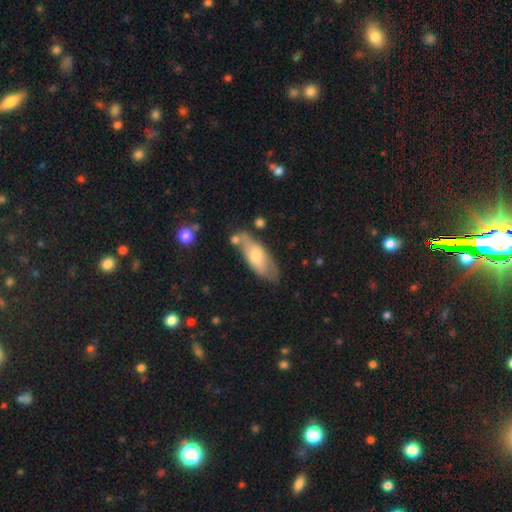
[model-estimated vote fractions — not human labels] A smooth galaxy with no disk features (60%) that is in between round and cigar-shaped (70%).

Vote fractions:
- Smooth or featured? smooth: 60% / featured or disk: 34% / star or artifact: 6%
- How rounded? in between: 70% / cigar-shaped: 28% / round: 2%
- Merging? none: 62% / minor disturbance: 22% / merger: 10% / major disturbance: 7%